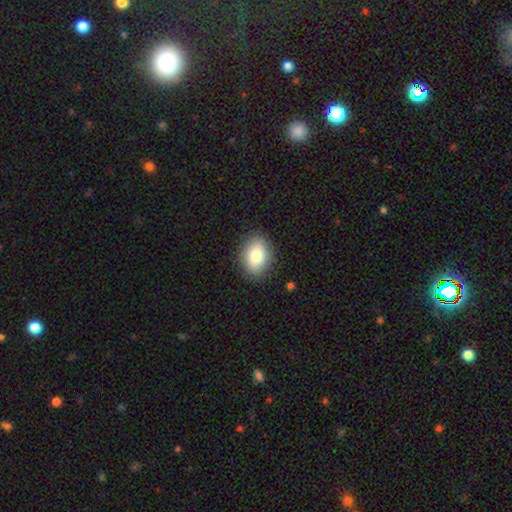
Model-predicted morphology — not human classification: Smooth or featured? smooth (79%)
How rounded? in between (75%)
Merging? none (86%)